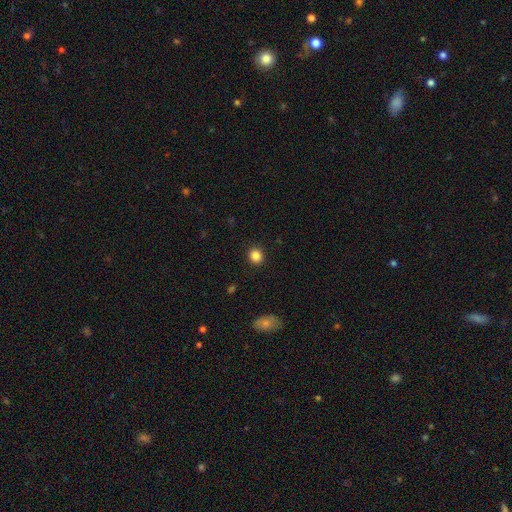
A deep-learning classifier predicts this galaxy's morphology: Smooth or featured? Predicted: smooth (p=0.85). How rounded? Predicted: round (p=0.83). Merging? Predicted: none (p=0.91).